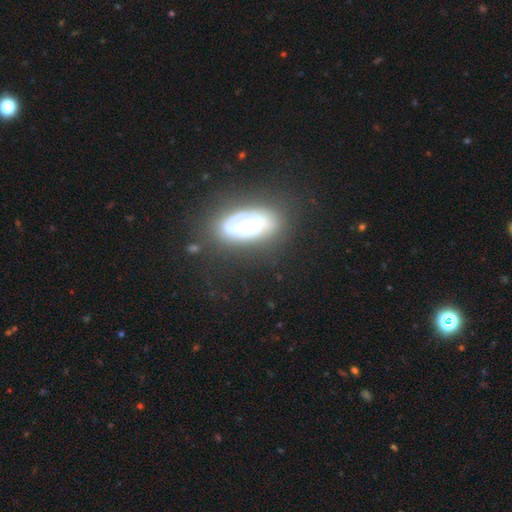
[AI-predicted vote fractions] Smooth or featured? smooth (63%)
How rounded? in between (79%)
Merging? none (72%)